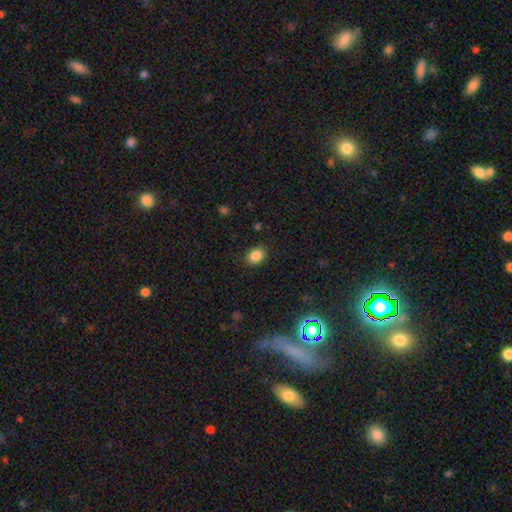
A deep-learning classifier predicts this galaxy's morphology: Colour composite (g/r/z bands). It shows a smooth galaxy with no disk features (86%) that is in between round and cigar-shaped (66%). Merging: none (85%).